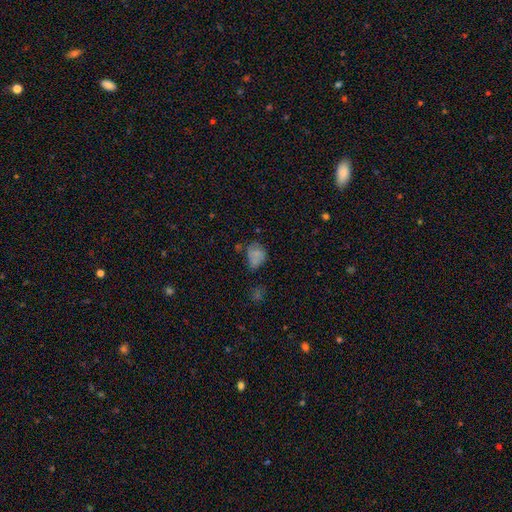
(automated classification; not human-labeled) The model was most divided on "how rounded": in between: 55%, round: 44%, cigar-shaped: 1%. Remaining: smooth or featured — smooth (69%); merging — none (45%).